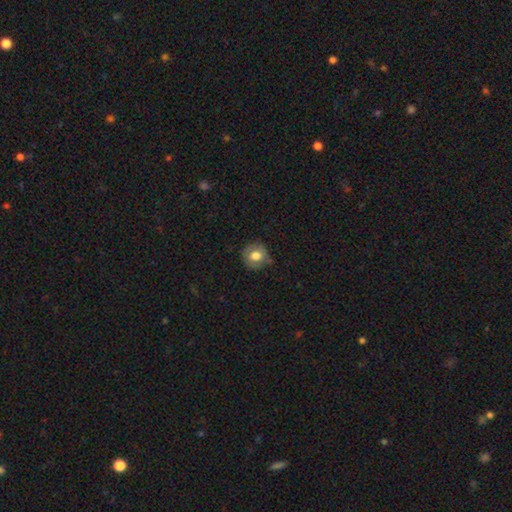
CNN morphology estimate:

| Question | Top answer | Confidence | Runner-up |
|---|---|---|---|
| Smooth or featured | smooth | 72% | featured or disk (20%) |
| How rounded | round | 86% | in between (13%) |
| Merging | none | 72% | minor disturbance (21%) |